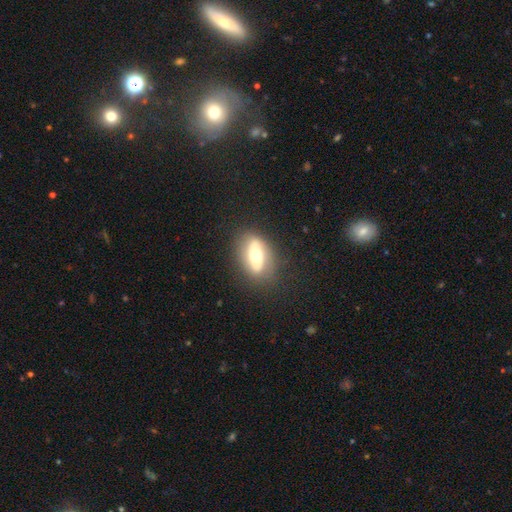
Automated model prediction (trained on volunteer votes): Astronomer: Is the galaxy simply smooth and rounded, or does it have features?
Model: featured or disk — 54% (runner-up: smooth, 38%).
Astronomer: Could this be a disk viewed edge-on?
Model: no — 84%.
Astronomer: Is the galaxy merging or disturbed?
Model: none — 79%.